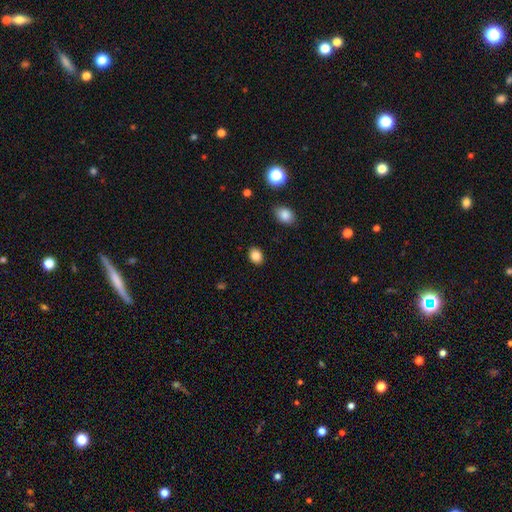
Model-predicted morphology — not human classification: smooth-or-featured: smooth: 85% | star or artifact: 10% | featured or disk: 5%
  how-rounded: in between: 65% | round: 34% | cigar-shaped: 1%
  merging: none: 89% | minor disturbance: 8% | major disturbance: 2% | merger: 1%